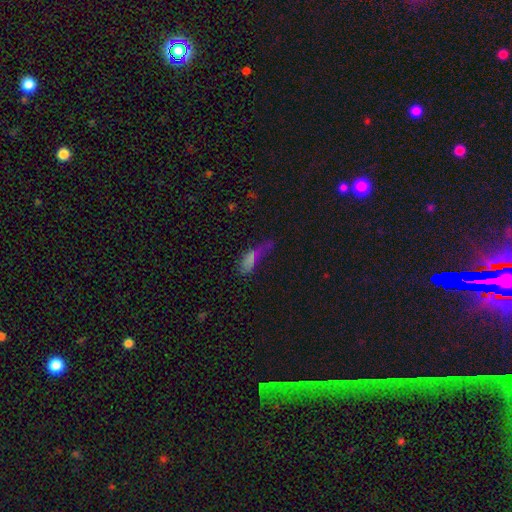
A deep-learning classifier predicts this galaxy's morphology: A smooth galaxy with no disk features (52%) that is in between round and cigar-shaped (55%). Merging: none (33%).